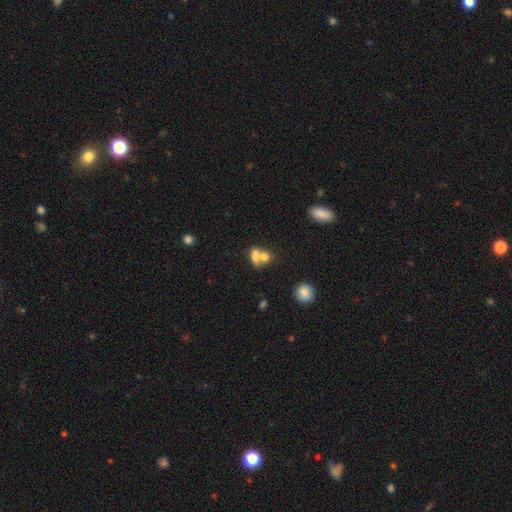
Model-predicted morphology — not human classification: A smooth galaxy with no disk features (72%) that is in between round and cigar-shaped (64%). Merging: merger (61%).